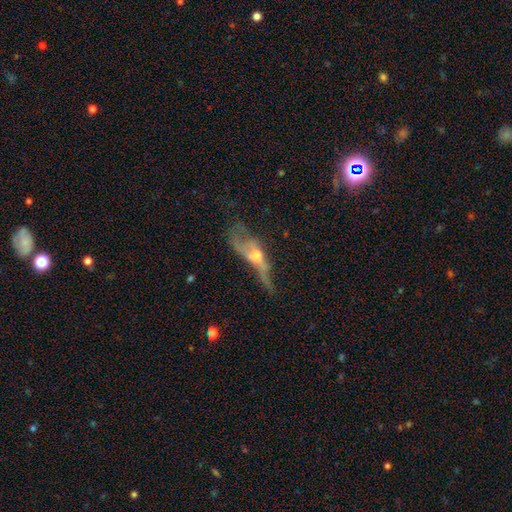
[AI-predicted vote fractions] The model was most divided on "merging": major disturbance: 47%, none: 25%, minor disturbance: 21%, merger: 8%. More confident: edge-on disk — no (64%); smooth or featured — featured or disk (62%).